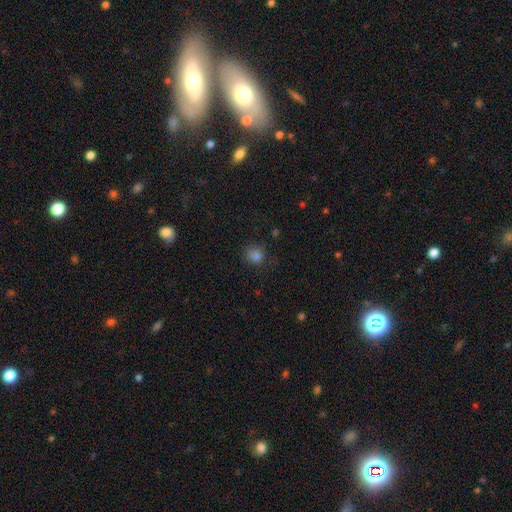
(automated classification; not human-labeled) smooth-or-featured: smooth: 80% | star or artifact: 15% | featured or disk: 5%
  how-rounded: round: 84% | in between: 15% | cigar-shaped: 1%
  merging: none: 74% | minor disturbance: 18% | major disturbance: 6% | merger: 2%